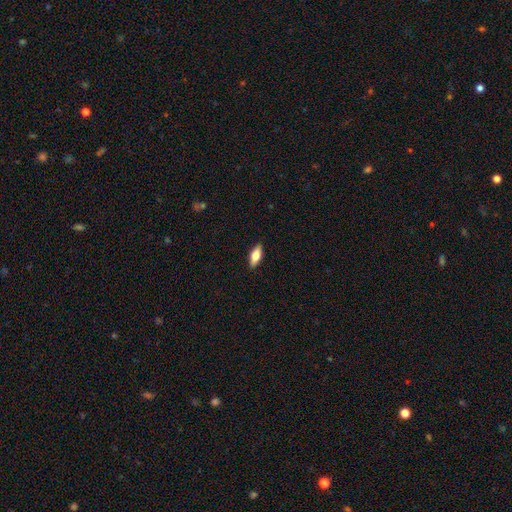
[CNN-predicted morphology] Smooth or featured: smooth — 64% (featured or disk — 30%)
How rounded: in between — 72% (cigar-shaped — 25%)
Merging: none — 89% (minor disturbance — 8%)